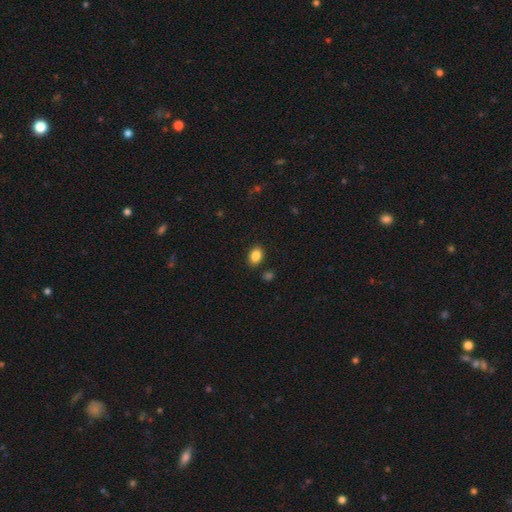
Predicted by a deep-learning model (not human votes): Smooth or featured? Predicted: smooth (p=0.86). How rounded? Predicted: in between (p=0.76). Merging? Predicted: none (p=0.87).